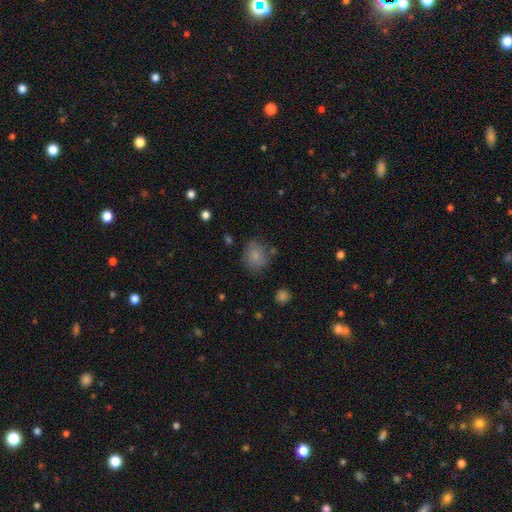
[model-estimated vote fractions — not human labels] This appears to be a smooth galaxy with no disk features (79%) that is round (74%). Merging: none (66%).